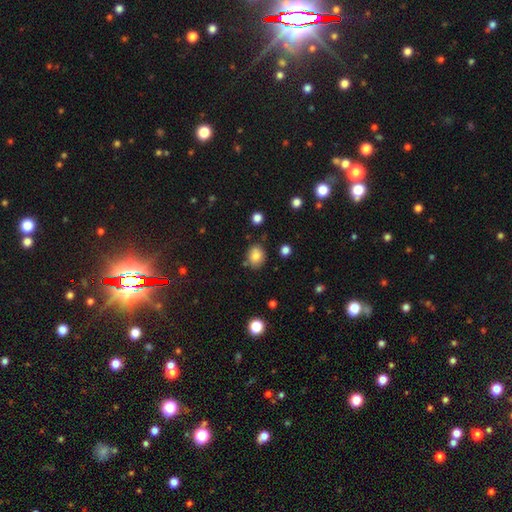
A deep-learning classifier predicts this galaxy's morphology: Smooth or featured? Predicted: smooth (p=0.82). How rounded? Predicted: round (p=0.55). Merging? Predicted: none (p=0.79).